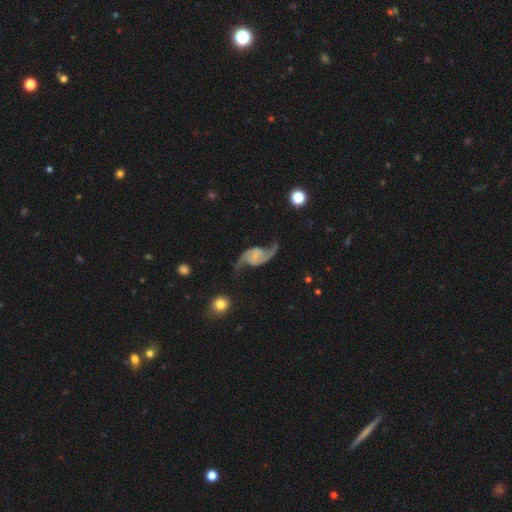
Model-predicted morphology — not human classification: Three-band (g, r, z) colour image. It shows a featured or disk galaxy (90%) with no bar (48%), 2 (94%) loose (79%) spiral arms (97%) and a small central bulge (46%). Merging: none (71%).